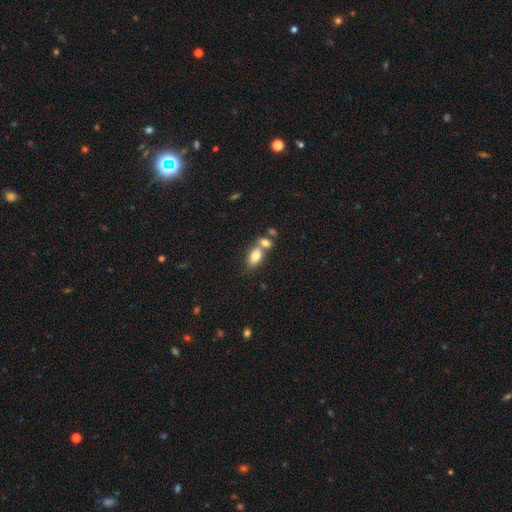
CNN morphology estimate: type=smooth (80%); roundness=in between (88%); merging=merger (49%).